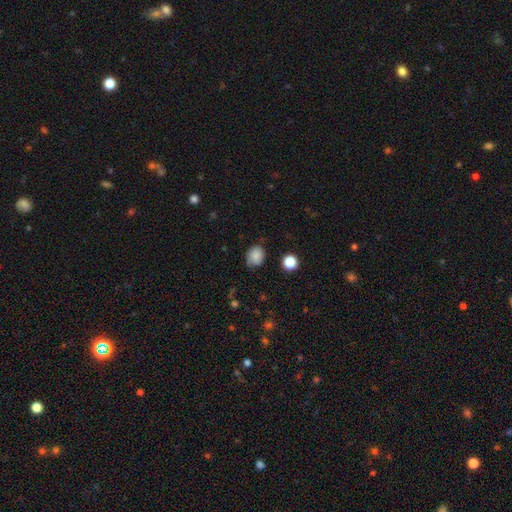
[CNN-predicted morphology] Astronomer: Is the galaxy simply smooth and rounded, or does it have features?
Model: smooth — 81%.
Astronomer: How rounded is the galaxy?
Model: round — 53% (runner-up: in between, 46%).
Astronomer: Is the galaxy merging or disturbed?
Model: none — 66%.